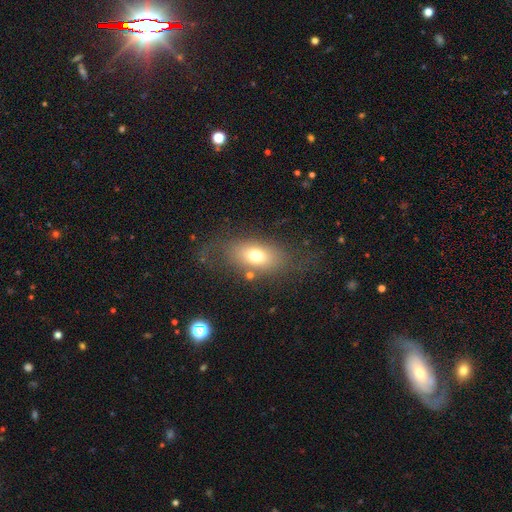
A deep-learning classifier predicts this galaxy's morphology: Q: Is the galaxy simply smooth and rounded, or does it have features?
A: smooth — 67%.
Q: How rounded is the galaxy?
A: in between — 82%.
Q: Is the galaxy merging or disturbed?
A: none — 65%.